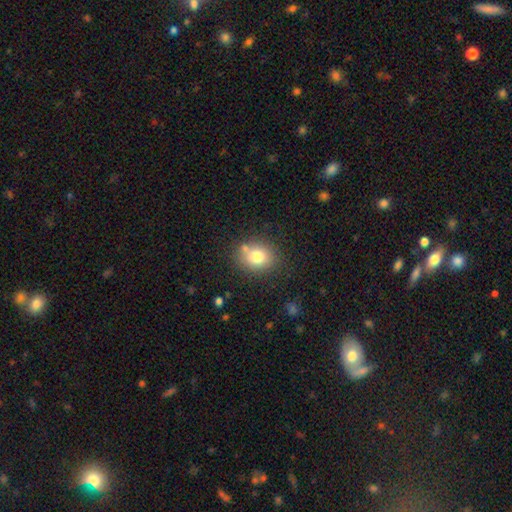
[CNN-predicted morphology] smooth_or_featured: smooth (p=0.77) [alt: featured or disk p=0.12]
how_rounded: round (p=0.65) [alt: in between p=0.34]
merging: none (p=0.73) [alt: minor disturbance p=0.13]